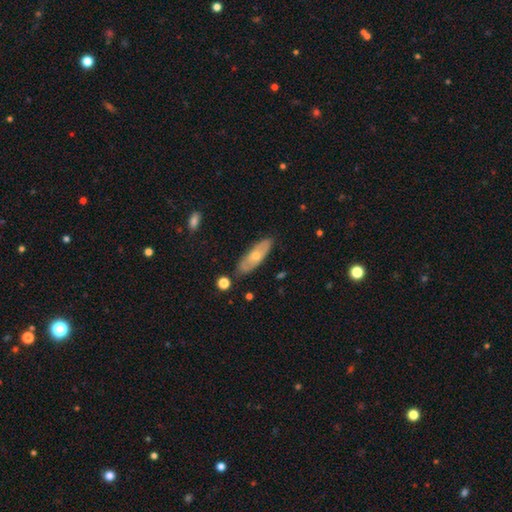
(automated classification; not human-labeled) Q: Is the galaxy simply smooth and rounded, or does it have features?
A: featured or disk — 48%.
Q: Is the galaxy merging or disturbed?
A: none — 80%.